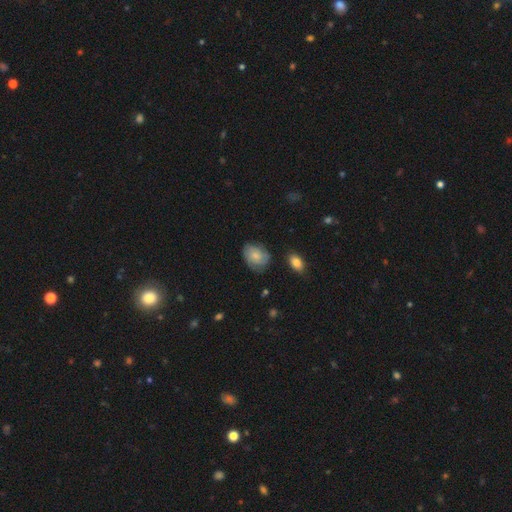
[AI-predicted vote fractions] Smooth or featured?
  - smooth: 57% *
  - featured or disk: 36%
  - star or artifact: 8%
How rounded?
  - in between: 65% *
  - round: 34%
  - cigar-shaped: 1%
Merging?
  - none: 71% *
  - minor disturbance: 21%
  - major disturbance: 6%
  - merger: 2%